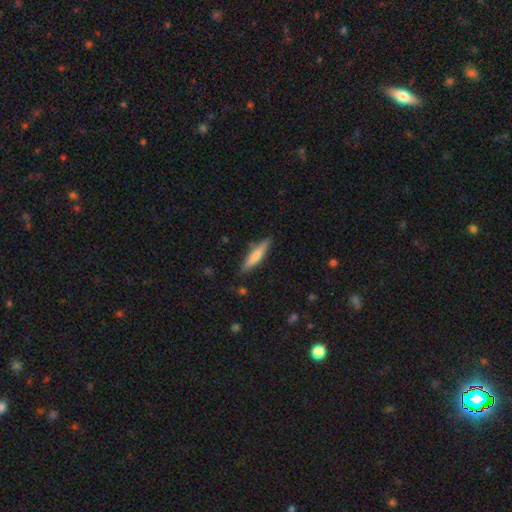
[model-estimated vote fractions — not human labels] Smooth or featured? smooth (65%)
How rounded? cigar-shaped (83%)
Merging? none (84%)